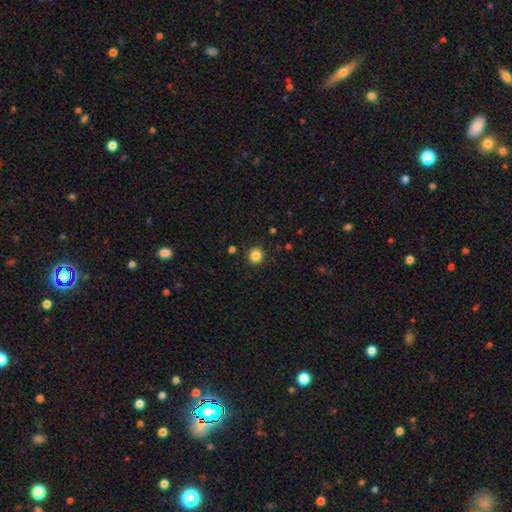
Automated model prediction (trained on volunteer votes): The model was most divided on "smooth or featured": smooth: 85%, star or artifact: 11%, featured or disk: 4%. More confident: merging — none (90%); how rounded — round (90%).